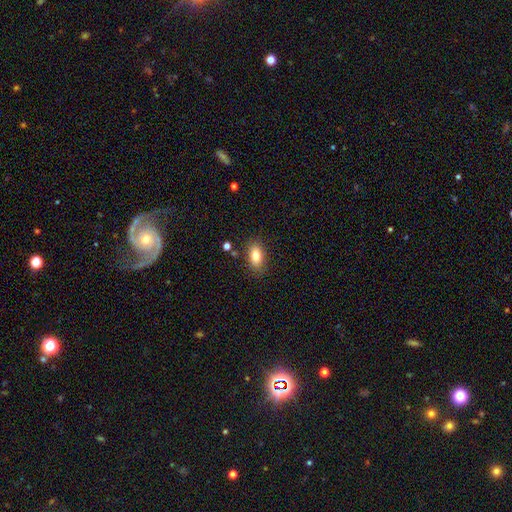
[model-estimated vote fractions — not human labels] This is likely a smooth galaxy (80%). How rounded: clearly in between (88%). Merging: clearly none (83%).